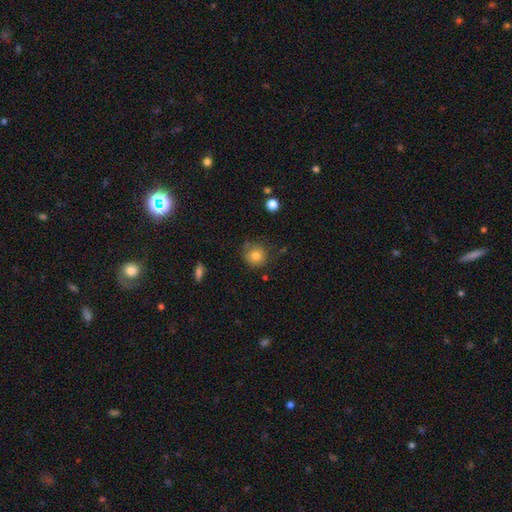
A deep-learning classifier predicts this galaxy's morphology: type=smooth (79%); roundness=round (91%); merging=none (74%).